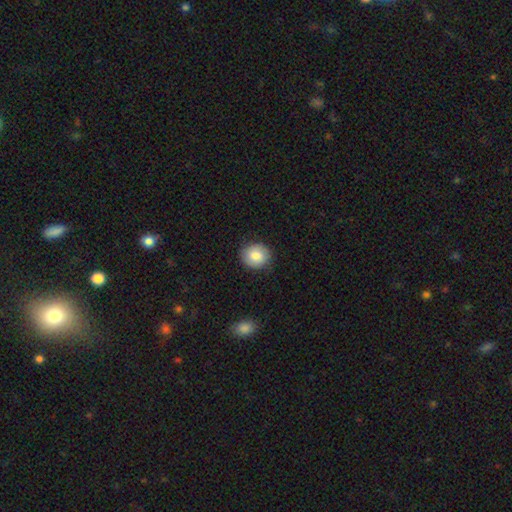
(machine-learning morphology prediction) Overall: smooth (80%). How rounded: round (79%). Merging: none (85%).